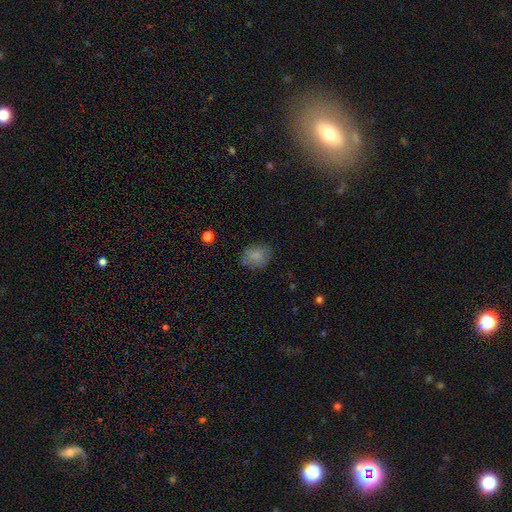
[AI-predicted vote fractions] Smooth or featured? smooth (80%)
How rounded? round (55%)
Merging? none (77%)